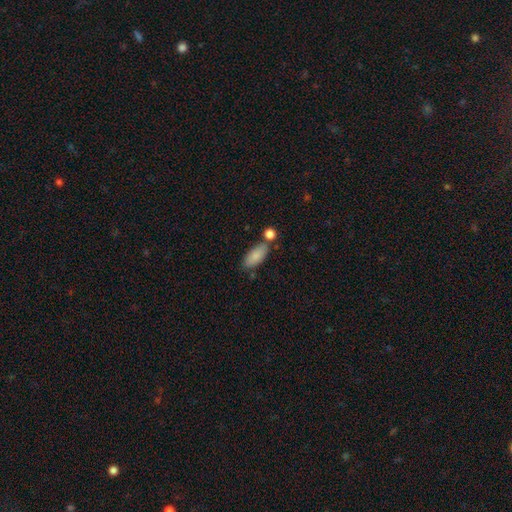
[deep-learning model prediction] Morphology: type=smooth (86%); roundness=in between (86%); merging=none (66%).